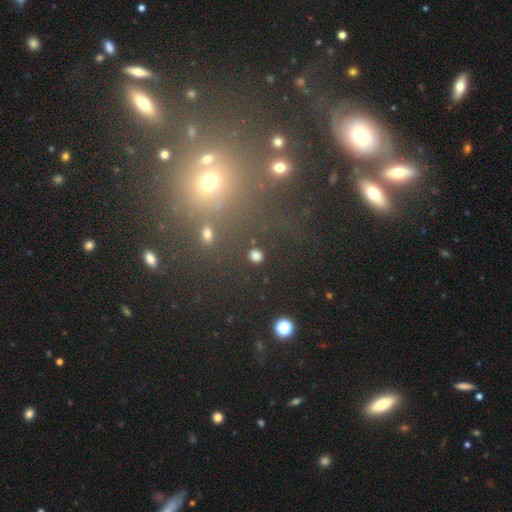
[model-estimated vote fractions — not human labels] A smooth galaxy with no disk features (80%) that is round (81%).

Vote fractions:
- Smooth or featured? smooth: 80% / star or artifact: 16% / featured or disk: 4%
- How rounded? round: 81% / in between: 18% / cigar-shaped: 1%
- Merging? none: 88% / minor disturbance: 6% / major disturbance: 3% / merger: 3%